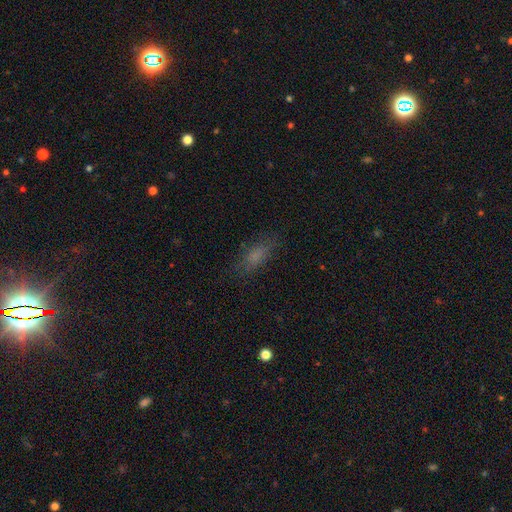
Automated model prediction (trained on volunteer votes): This is likely a smooth galaxy (72%). How rounded: likely in between (68%). Merging: likely none (75%).